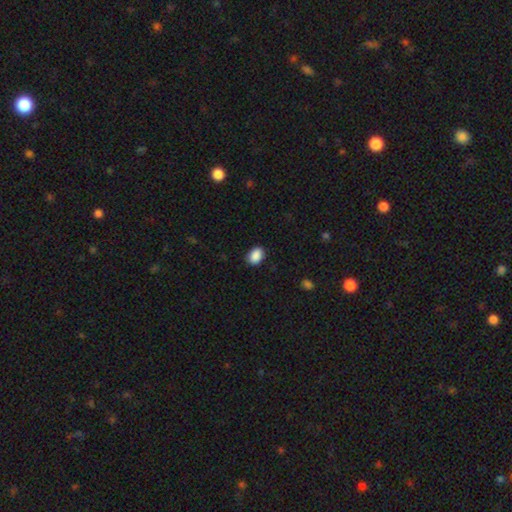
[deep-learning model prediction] Q: Smooth or featured?
A: smooth (90%); runner-up: star or artifact (8%)
Q: How rounded?
A: in between (77%); runner-up: round (22%)
Q: Merging?
A: none (87%); runner-up: minor disturbance (10%)